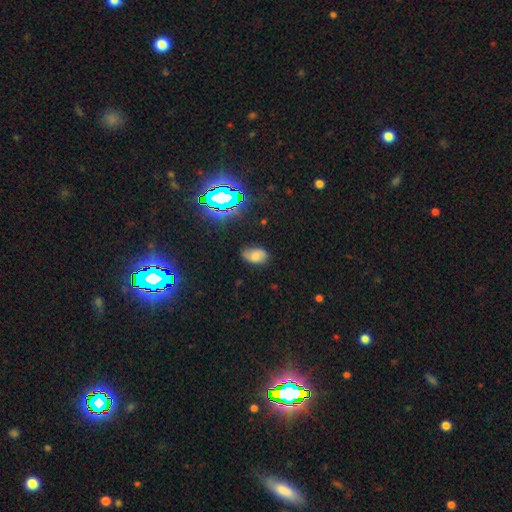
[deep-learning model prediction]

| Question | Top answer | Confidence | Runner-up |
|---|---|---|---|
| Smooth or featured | smooth | 61% | featured or disk (21%) |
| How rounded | in between | 89% | round (10%) |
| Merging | none | 73% | minor disturbance (21%) |